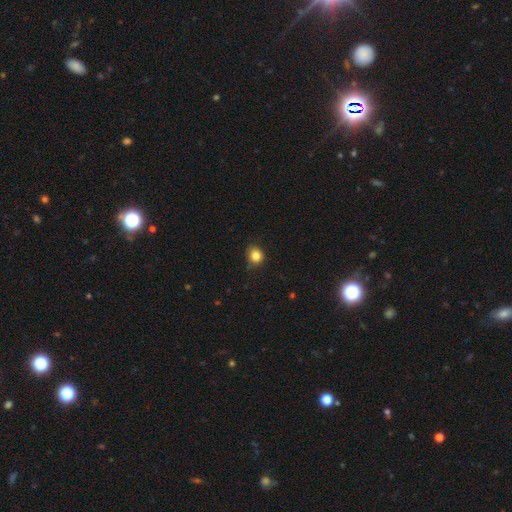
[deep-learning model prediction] This is clearly a smooth galaxy (84%). How rounded: likely round (76%). Merging: likely none (78%).